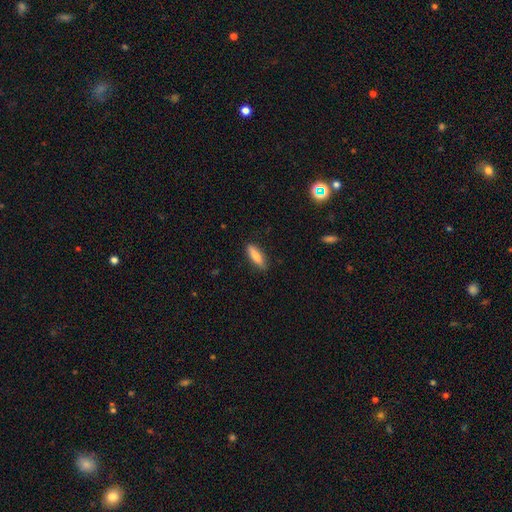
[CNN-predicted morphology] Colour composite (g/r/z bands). It shows a smooth galaxy with no disk features (78%) that is cigar-shaped (58%). Merging: none (85%).